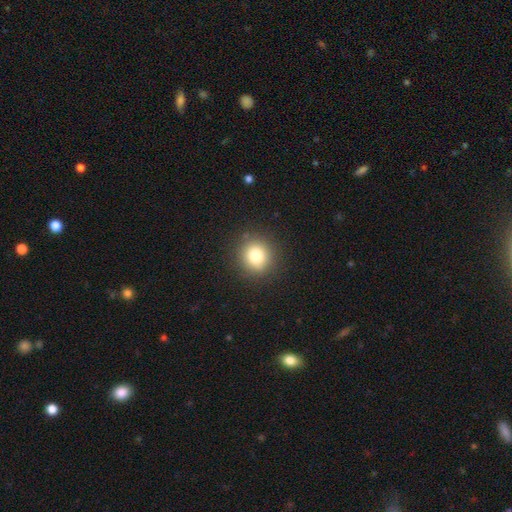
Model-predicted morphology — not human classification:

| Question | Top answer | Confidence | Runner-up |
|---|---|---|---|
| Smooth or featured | smooth | 80% | star or artifact (12%) |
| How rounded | round | 87% | in between (12%) |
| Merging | none | 89% | minor disturbance (7%) |